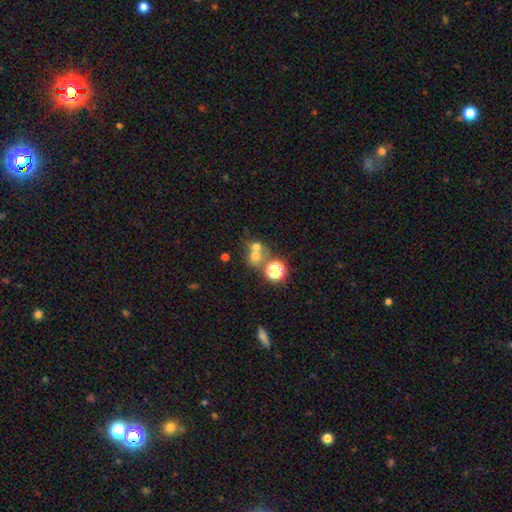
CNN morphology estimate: smooth_or_featured: smooth (p=0.61) [alt: star or artifact p=0.23]
how_rounded: round (p=0.76) [alt: in between p=0.23]
merging: merger (p=0.49) [alt: none p=0.38]